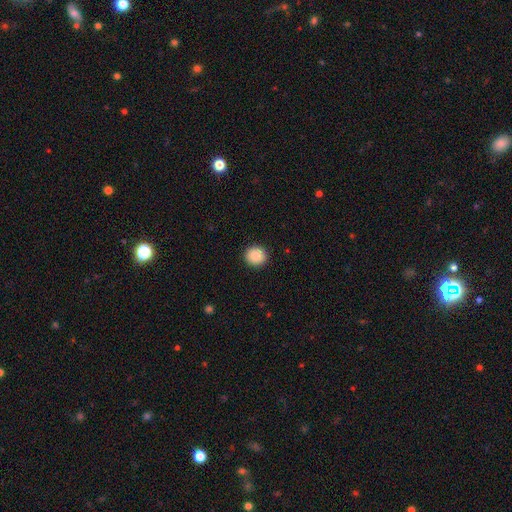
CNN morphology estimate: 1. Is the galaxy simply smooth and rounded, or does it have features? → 88% smooth, 8% star or artifact, 4% featured or disk.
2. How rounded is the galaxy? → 90% round, 9% in between, 1% cigar-shaped.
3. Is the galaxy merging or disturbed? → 92% none, 5% minor disturbance, 2% major disturbance, 1% merger.